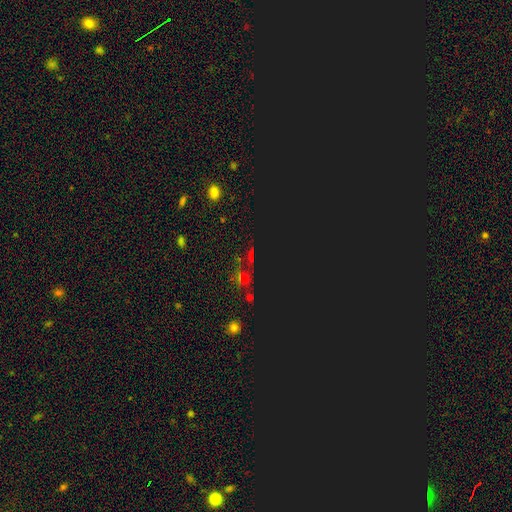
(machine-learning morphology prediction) This appears to be a star or artifact, not a galaxy (72%).